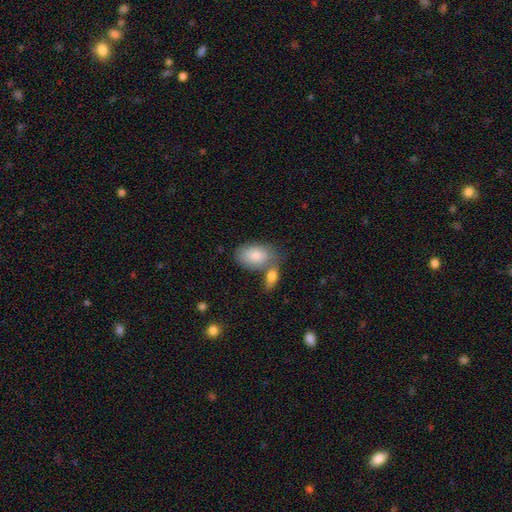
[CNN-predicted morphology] This appears to be a smooth galaxy with no disk features (80%) that is in between round and cigar-shaped (89%). Merging: none (46%).